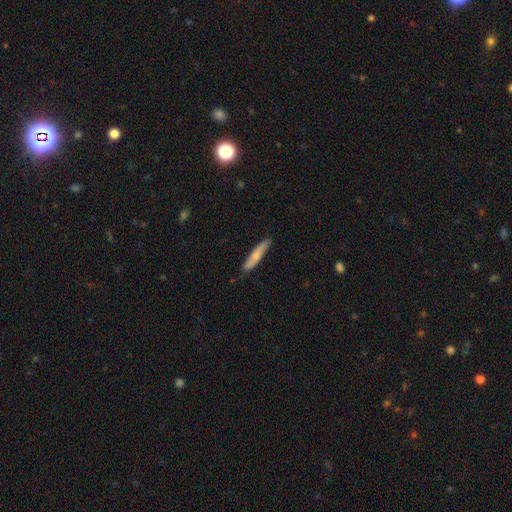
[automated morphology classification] Smooth or featured: smooth — 67% (featured or disk — 27%)
How rounded: cigar-shaped — 90% (in between — 9%)
Merging: none — 85% (minor disturbance — 12%)